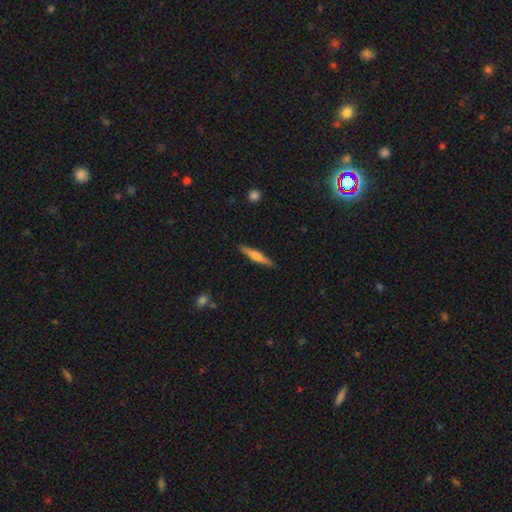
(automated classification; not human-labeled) This appears to be a featured or disk galaxy (51%) viewed edge-on (97%). Merging: none (90%).